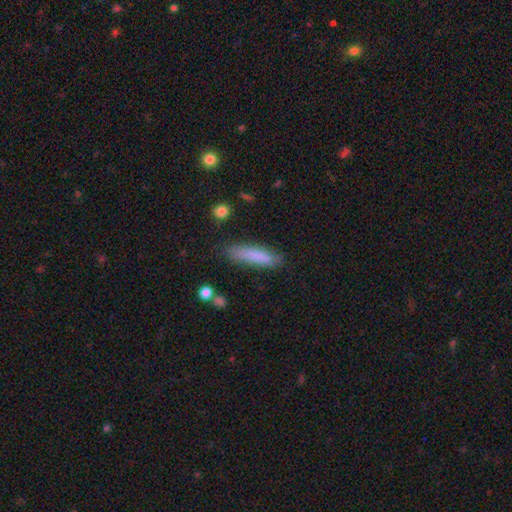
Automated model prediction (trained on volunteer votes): smooth_or_featured: smooth (p=0.81) [alt: featured or disk p=0.12]
how_rounded: cigar-shaped (p=0.81) [alt: in between p=0.18]
merging: none (p=0.78) [alt: minor disturbance p=0.16]